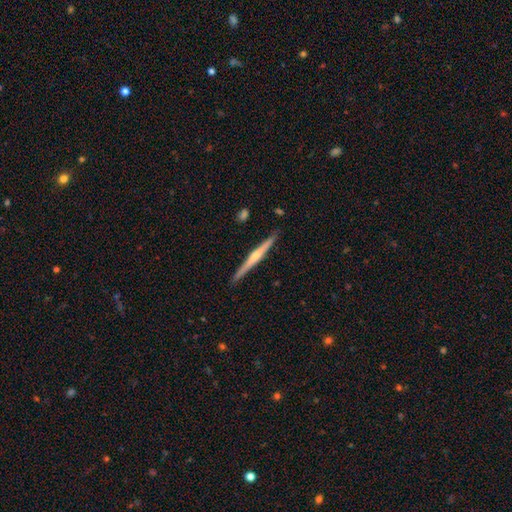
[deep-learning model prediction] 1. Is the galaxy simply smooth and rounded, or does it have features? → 72% featured or disk, 23% smooth, 5% star or artifact.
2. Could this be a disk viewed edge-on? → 98% yes, 2% no.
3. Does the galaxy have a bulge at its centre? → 76% rounded, 18% none, 6% boxy.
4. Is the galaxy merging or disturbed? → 91% none, 7% minor disturbance, 1% major disturbance, 1% merger.